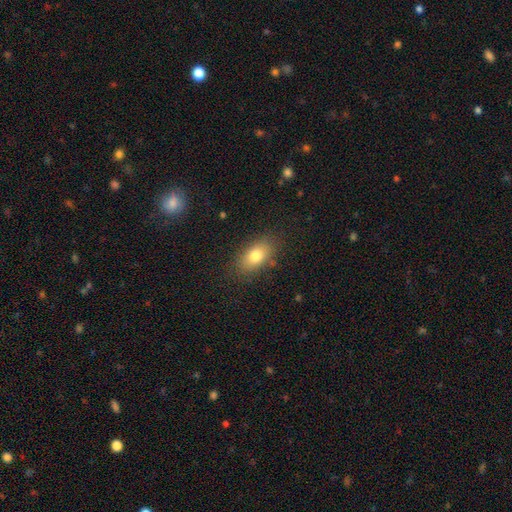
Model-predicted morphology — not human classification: A smooth galaxy with no disk features (79%) that is in between round and cigar-shaped (86%).

Vote fractions:
- Smooth or featured? smooth: 79% / featured or disk: 13% / star or artifact: 9%
- How rounded? in between: 86% / round: 9% / cigar-shaped: 4%
- Merging? none: 82% / minor disturbance: 12% / major disturbance: 4% / merger: 1%